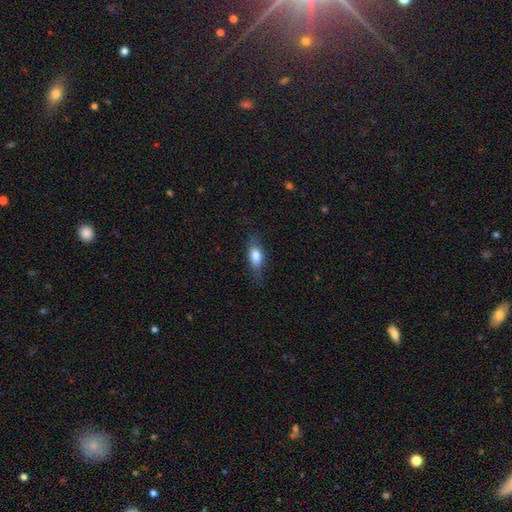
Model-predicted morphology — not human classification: This is likely a smooth galaxy (74%). How rounded: likely in between (75%). Merging: likely none (70%).